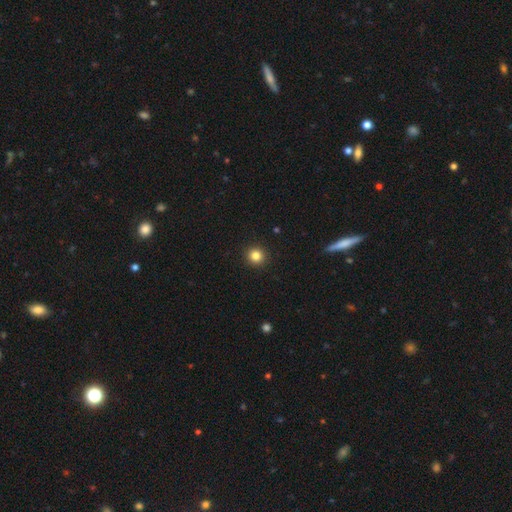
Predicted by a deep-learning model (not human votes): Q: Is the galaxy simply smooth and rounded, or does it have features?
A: smooth — 83%.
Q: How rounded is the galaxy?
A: round — 93%.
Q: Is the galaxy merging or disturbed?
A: none — 93%.